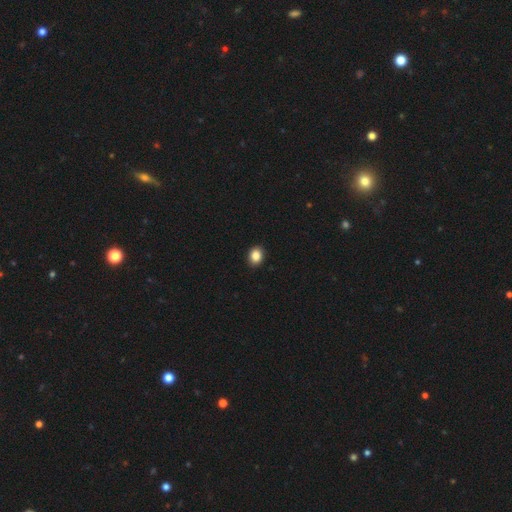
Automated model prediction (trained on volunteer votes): This is clearly a smooth galaxy (87%). How rounded: possibly round (51%). Merging: clearly none (91%).